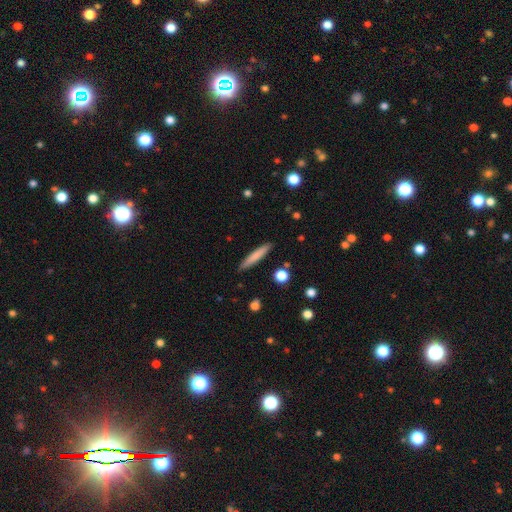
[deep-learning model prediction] A smooth galaxy with no disk features (76%) that is cigar-shaped (93%). Merging: none (89%).